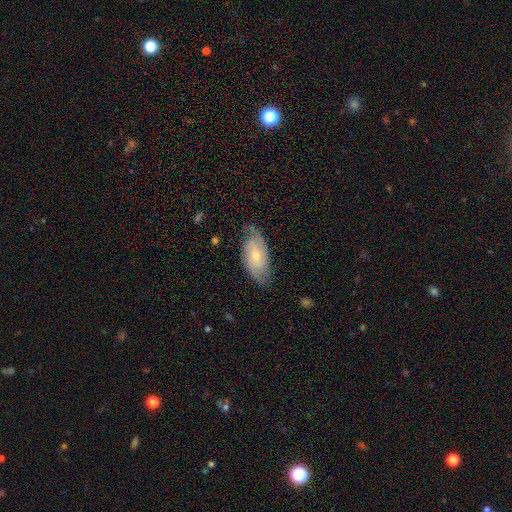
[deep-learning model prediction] smooth-or-featured: featured or disk: 65% | smooth: 29% | star or artifact: 6%
  disk-edge-on: no: 93% | yes: 7%
    bar: no: 61% | weak: 32% | strong: 6%
    has-spiral-arms: yes: 92% | no: 8%
      spiral-winding: medium: 42% | tight: 41% | loose: 17%
      spiral-arm-count: 2: 68% | can't tell: 18% | 3: 7% | 1: 3% | 4: 2% | more than 4: 2%
    bulge-size: small: 57% | moderate: 34% | none: 5% | large: 3% | dominant: 1%
  merging: none: 73% | minor disturbance: 20% | major disturbance: 6% | merger: 1%